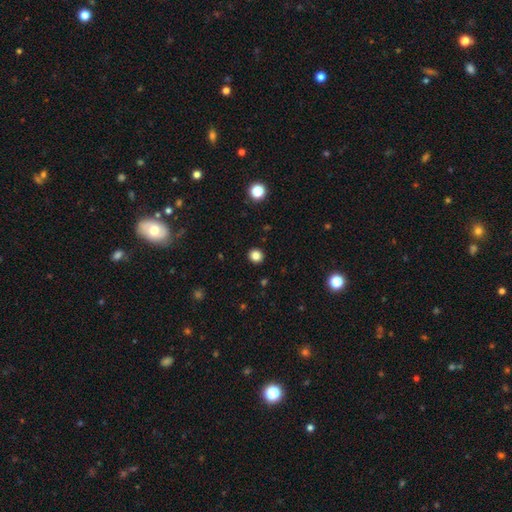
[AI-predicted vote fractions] Smooth or featured: smooth — 84% (star or artifact — 12%)
How rounded: round — 90% (in between — 9%)
Merging: none — 93% (minor disturbance — 5%)